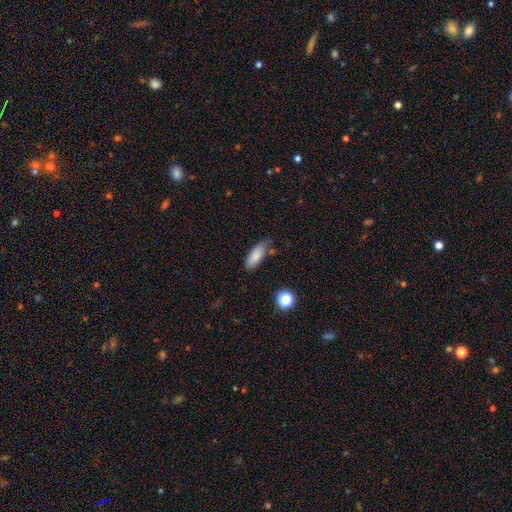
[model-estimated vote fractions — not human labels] Overall: smooth (83%). How rounded: in between (76%). Merging: none (65%; minor disturbance 26%).